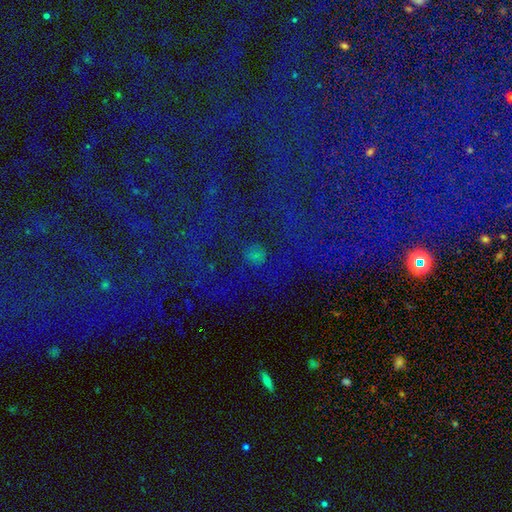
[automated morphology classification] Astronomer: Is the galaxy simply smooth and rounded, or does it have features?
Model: star or artifact — 57%.